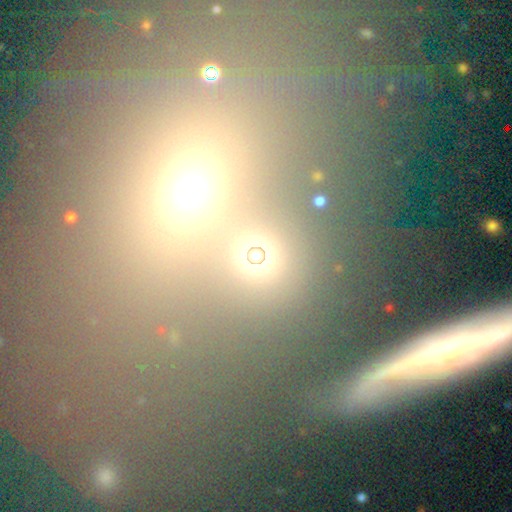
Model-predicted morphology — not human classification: type=smooth (63%); roundness=round (81%); merging=none (46%).